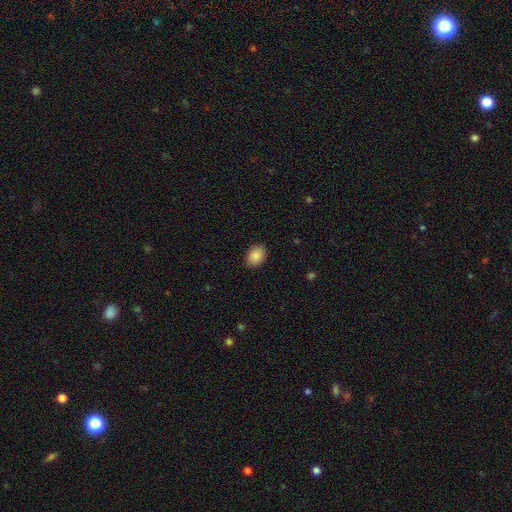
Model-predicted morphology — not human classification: Smooth or featured? smooth (88%)
How rounded? in between (75%)
Merging? none (89%)